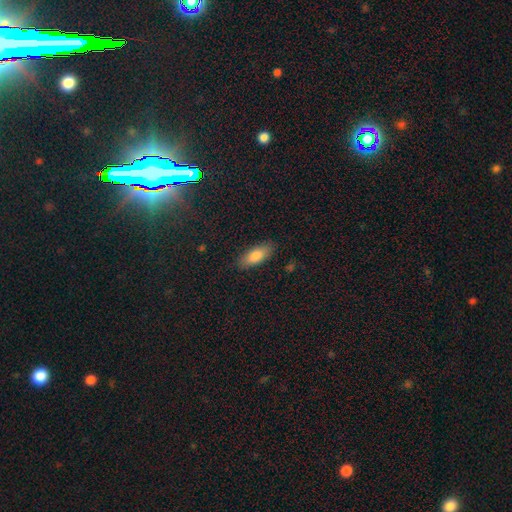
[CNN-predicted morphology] smooth-or-featured: smooth: 81% | featured or disk: 12% | star or artifact: 7%
  how-rounded: in between: 74% | cigar-shaped: 24% | round: 2%
  merging: none: 87% | minor disturbance: 9% | major disturbance: 2% | merger: 1%